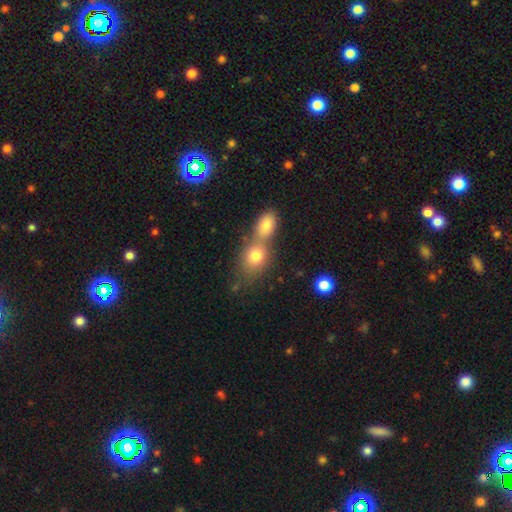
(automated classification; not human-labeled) Smooth or featured? smooth (78%)
How rounded? in between (55%)
Merging? merger (59%)